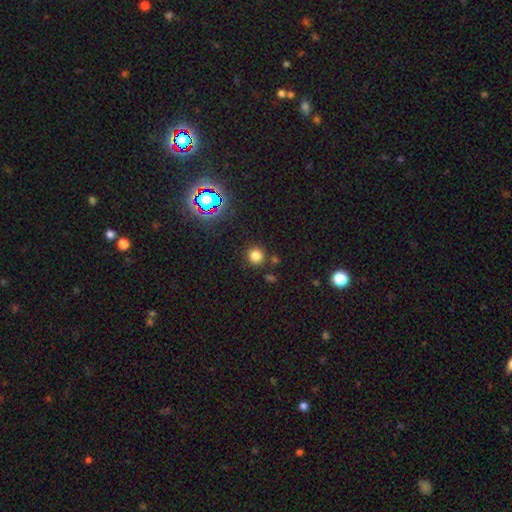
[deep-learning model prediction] smooth 78%, star or artifact 17%, featured or disk 5%. Down the decision tree: how rounded — round (93%); merging — none (85%).